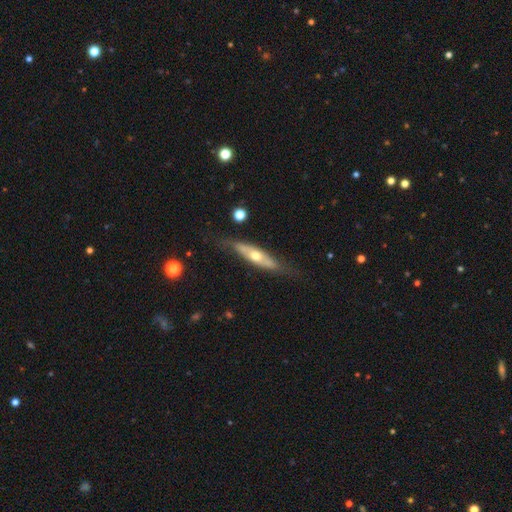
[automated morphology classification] Overall: featured or disk (57%; smooth 37%). Edge-on disk: yes (60%; no 40%). Merging: none (71%).